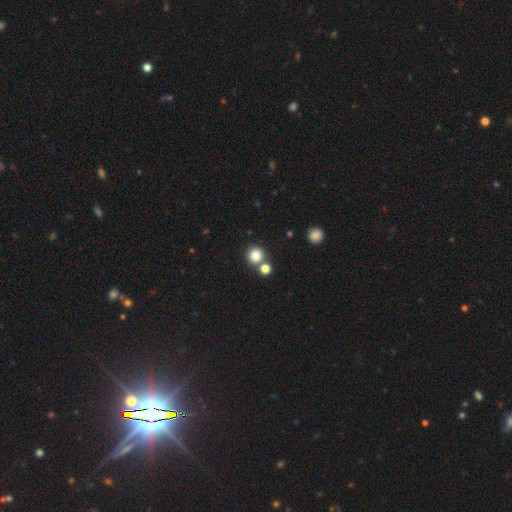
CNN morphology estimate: A smooth galaxy with no disk features (81%) that is round (93%). Merging: none (73%).